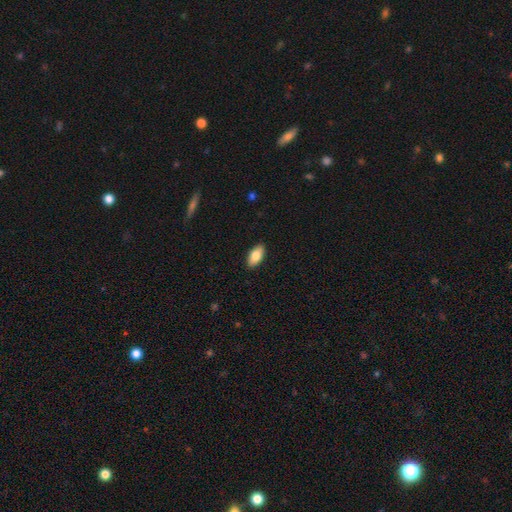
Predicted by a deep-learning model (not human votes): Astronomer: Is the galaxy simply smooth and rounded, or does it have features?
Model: smooth — 83%.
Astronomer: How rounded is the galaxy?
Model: in between — 91%.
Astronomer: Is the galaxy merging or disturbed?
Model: none — 89%.